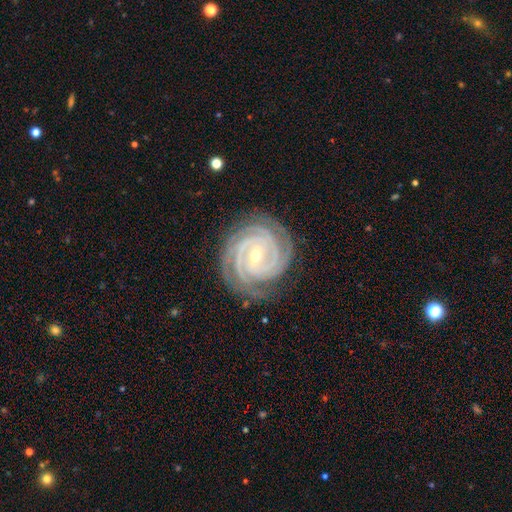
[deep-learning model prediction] Overall: featured or disk (93%). Edge-on disk: no (98%). Bar: weak (41%; strong 33%). Spiral arms: yes (99%). Spiral arm count: 3 (31%; 4 23%). Spiral winding: tight (88%). Bulge size: small (54%; moderate 44%). Merging: none (83%).